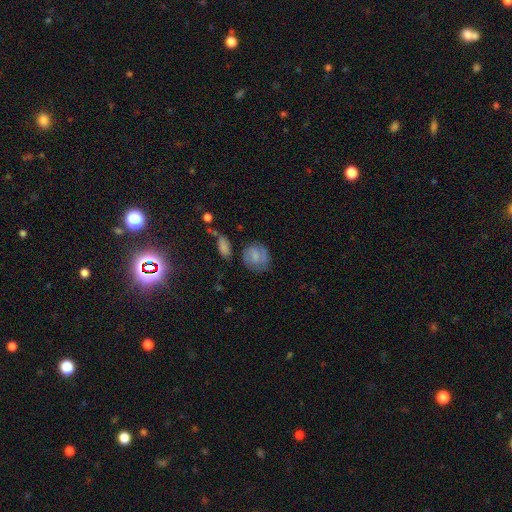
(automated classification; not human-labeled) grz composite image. It shows a smooth galaxy with no disk features (59%) that is round (71%). Merging: none (66%).